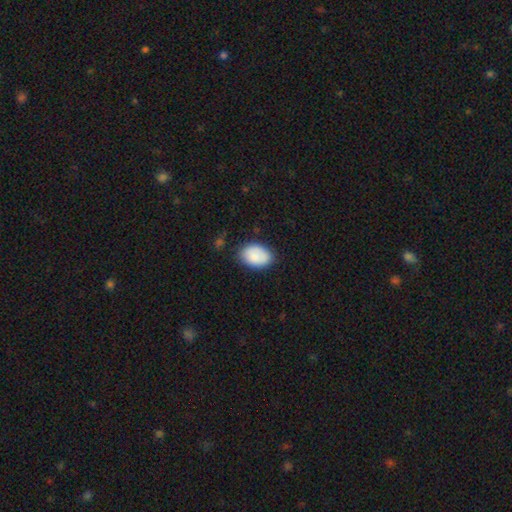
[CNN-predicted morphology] type=smooth (84%); roundness=in between (86%); merging=none (77%).